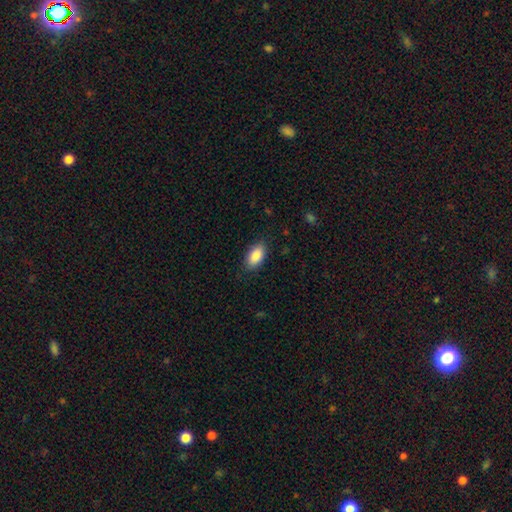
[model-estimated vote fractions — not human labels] The model was most divided on "merging": none: 85%, minor disturbance: 11%, major disturbance: 3%, merger: 1%. More confident: how rounded — in between (93%); smooth or featured — smooth (88%).